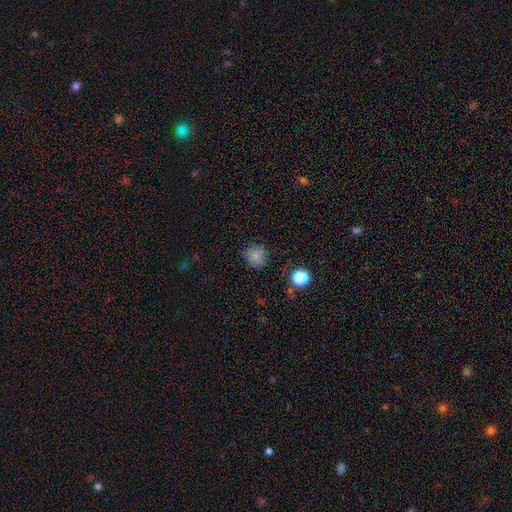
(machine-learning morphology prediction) Smooth or featured? Predicted: smooth (p=0.79). How rounded? Predicted: round (p=0.88). Merging? Predicted: none (p=0.78).